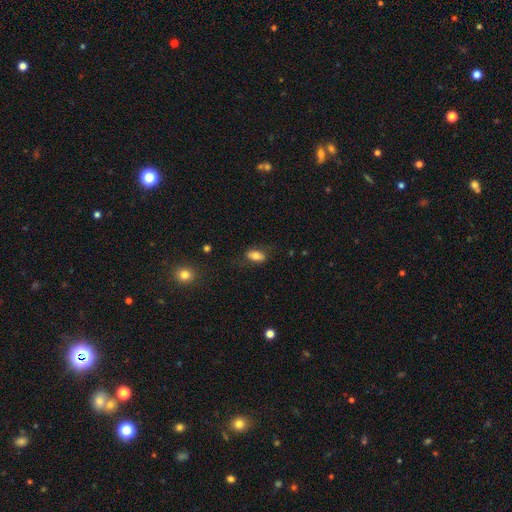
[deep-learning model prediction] This is likely a smooth galaxy (76%). How rounded: clearly in between (87%). Merging: likely none (74%).